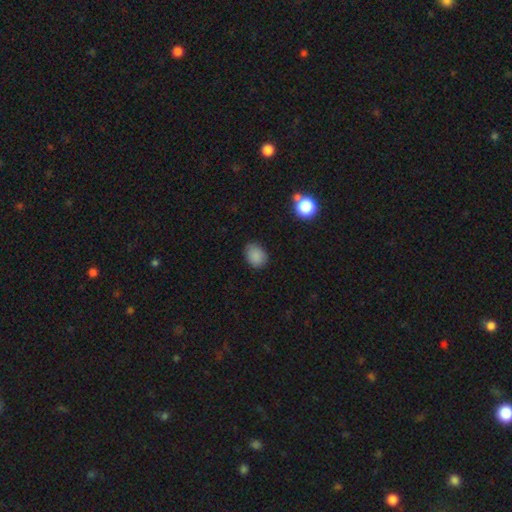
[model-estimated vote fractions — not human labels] This appears to be a smooth galaxy with no disk features (86%) that is in between round and cigar-shaped (59%). Merging: none (81%).